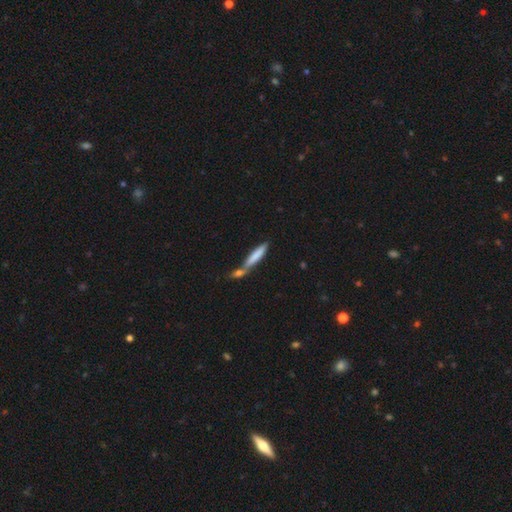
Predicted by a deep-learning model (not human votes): smooth 73%, featured or disk 21%, star or artifact 6%. Down the decision tree: how rounded — cigar-shaped (86%); merging — merger (48%).